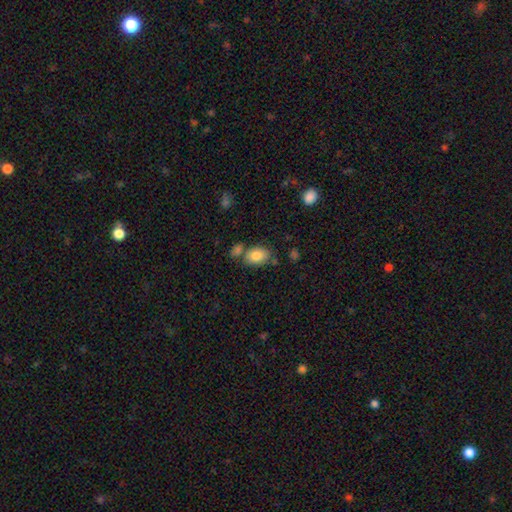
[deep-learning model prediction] smooth_or_featured: smooth (p=0.82) [alt: featured or disk p=0.10]
how_rounded: in between (p=0.82) [alt: round p=0.17]
merging: none (p=0.63) [alt: merger p=0.18]